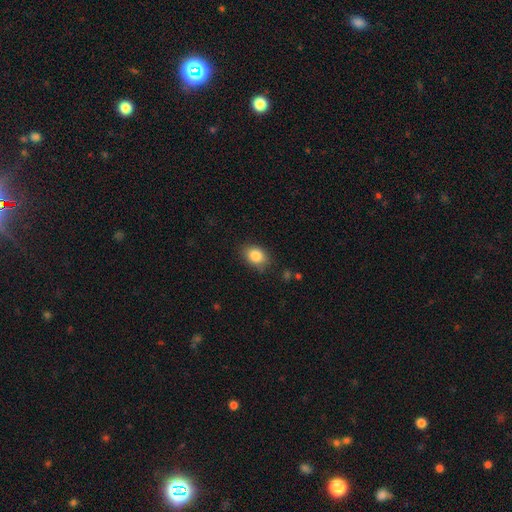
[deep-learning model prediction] Smooth or featured?
  - smooth: 85% *
  - star or artifact: 9%
  - featured or disk: 6%
How rounded?
  - in between: 66% *
  - round: 33%
  - cigar-shaped: 1%
Merging?
  - none: 80% *
  - minor disturbance: 15%
  - major disturbance: 3%
  - merger: 2%